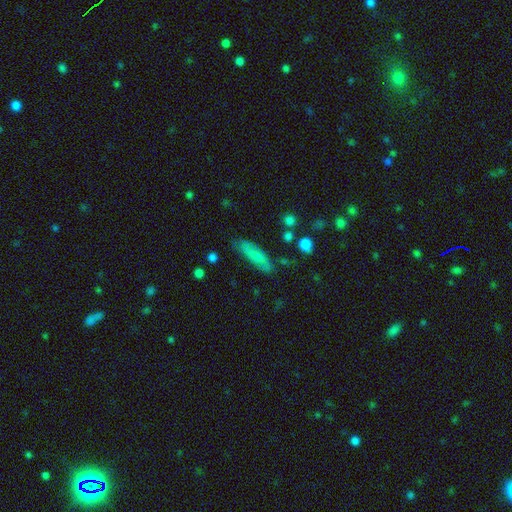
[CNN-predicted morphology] Smooth or featured?
  - smooth: 72% *
  - featured or disk: 21%
  - star or artifact: 7%
How rounded?
  - cigar-shaped: 63% *
  - in between: 35%
  - round: 2%
Merging?
  - none: 77% *
  - minor disturbance: 17%
  - major disturbance: 4%
  - merger: 3%